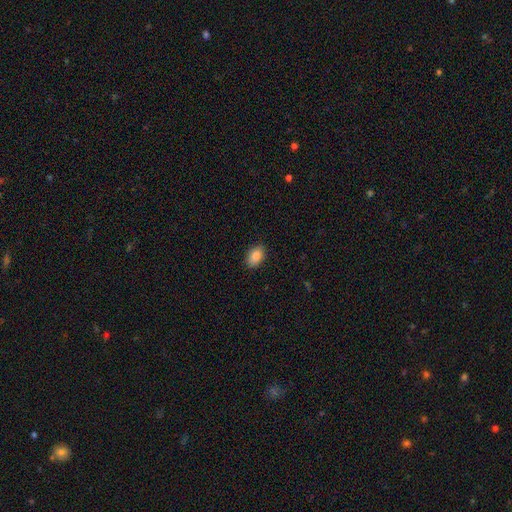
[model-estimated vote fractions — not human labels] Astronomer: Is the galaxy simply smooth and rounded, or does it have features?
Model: smooth — 87%.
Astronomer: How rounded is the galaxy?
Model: in between — 88%.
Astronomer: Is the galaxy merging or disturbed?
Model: none — 89%.